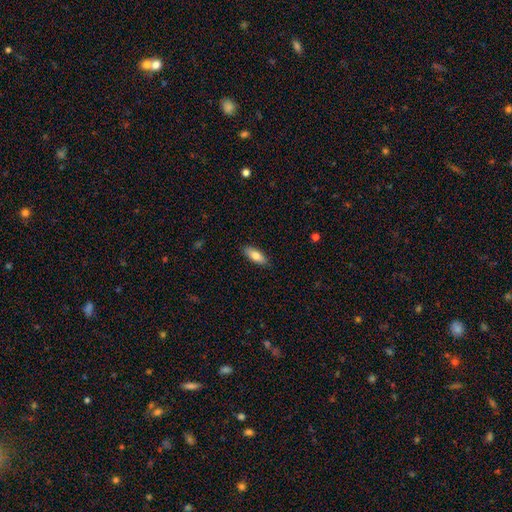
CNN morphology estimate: type=smooth (79%); roundness=in between (76%); merging=none (88%).